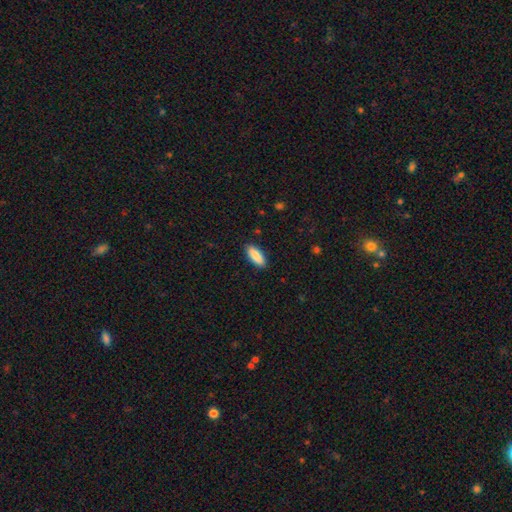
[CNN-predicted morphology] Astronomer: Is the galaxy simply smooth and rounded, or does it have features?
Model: smooth — 88%.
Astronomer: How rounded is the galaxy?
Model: in between — 72%.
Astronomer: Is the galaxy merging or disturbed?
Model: none — 88%.